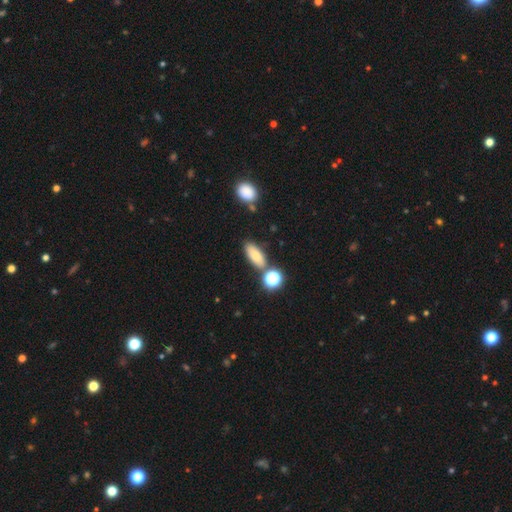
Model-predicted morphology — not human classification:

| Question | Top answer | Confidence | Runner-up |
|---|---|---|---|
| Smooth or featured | smooth | 75% | featured or disk (14%) |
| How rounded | in between | 75% | cigar-shaped (19%) |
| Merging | none | 73% | minor disturbance (13%) |